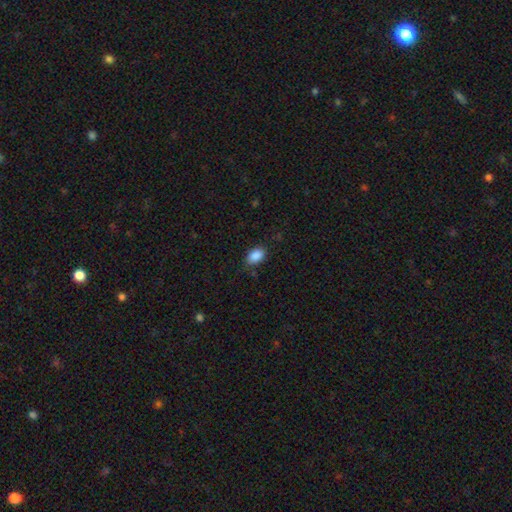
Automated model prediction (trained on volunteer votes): The model was most divided on "merging": none: 80%, minor disturbance: 15%, major disturbance: 4%, merger: 1%. More confident: how rounded — in between (89%); smooth or featured — smooth (88%).